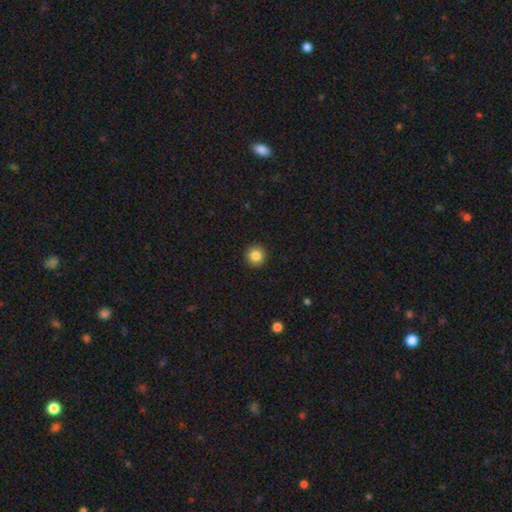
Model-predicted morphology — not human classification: The model was most divided on "smooth or featured": smooth: 85%, star or artifact: 10%, featured or disk: 5%. More confident: how rounded — round (94%); merging — none (93%).